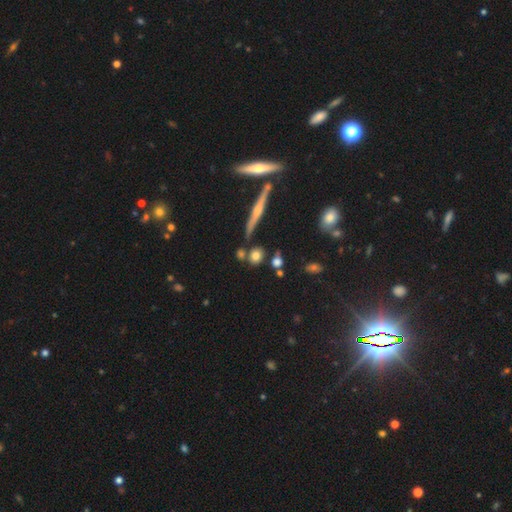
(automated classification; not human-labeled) Smooth or featured? smooth (73%)
How rounded? round (75%)
Merging? none (72%)